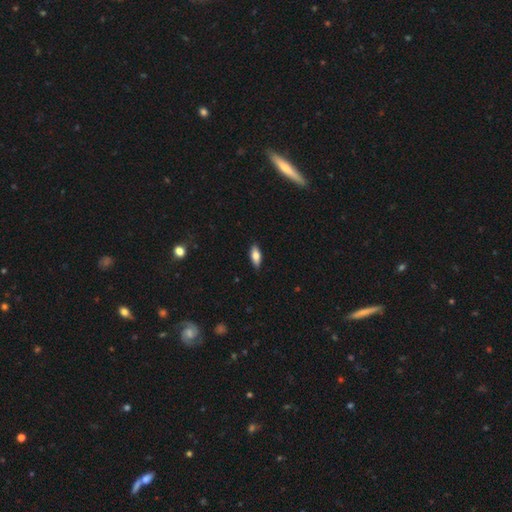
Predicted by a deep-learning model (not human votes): Overall: smooth (73%). How rounded: in between (79%). Merging: none (88%).